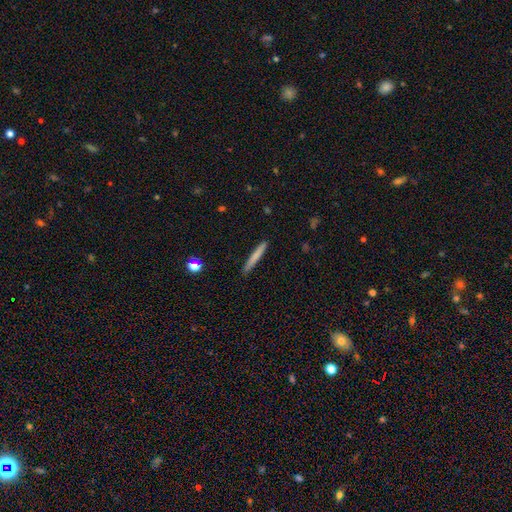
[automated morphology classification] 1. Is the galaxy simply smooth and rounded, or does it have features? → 73% smooth, 20% featured or disk, 6% star or artifact.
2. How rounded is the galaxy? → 96% cigar-shaped, 3% in between, 1% round.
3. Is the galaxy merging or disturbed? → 88% none, 9% minor disturbance, 2% major disturbance, 1% merger.